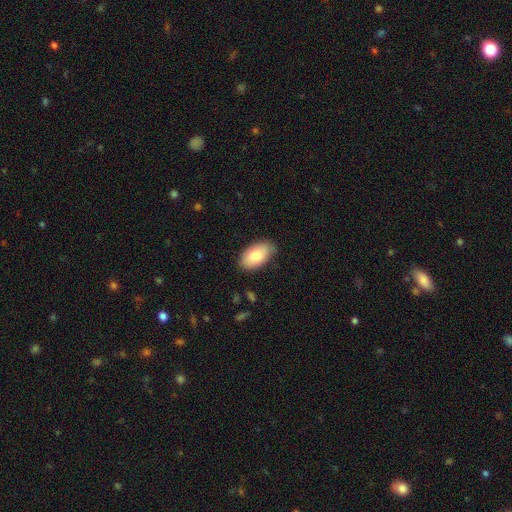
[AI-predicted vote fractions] Smooth or featured? Predicted: smooth (p=0.80). How rounded? Predicted: in between (p=0.94). Merging? Predicted: none (p=0.83).